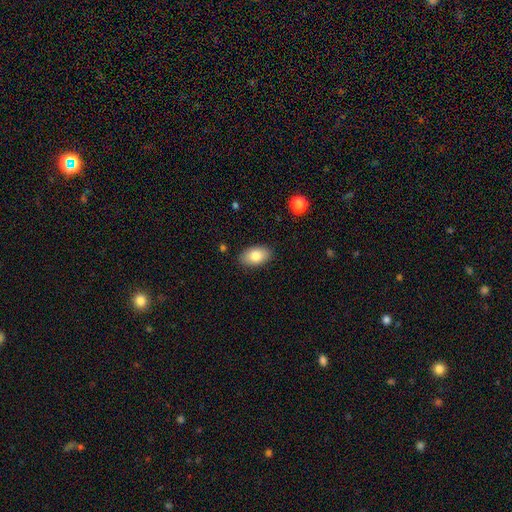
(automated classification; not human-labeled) smooth_or_featured: smooth (p=0.80) [alt: featured or disk p=0.12]
how_rounded: in between (p=0.93) [alt: round p=0.06]
merging: none (p=0.88) [alt: minor disturbance p=0.09]